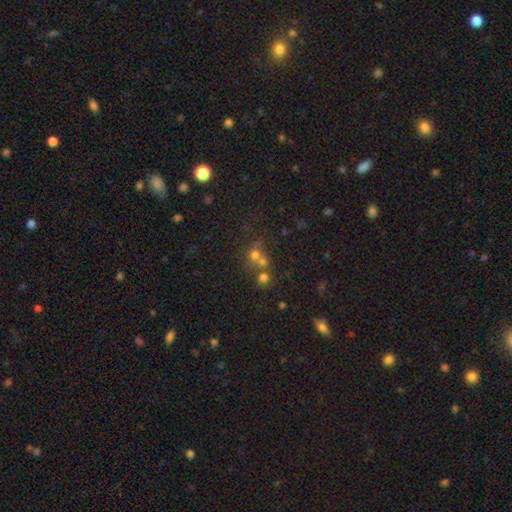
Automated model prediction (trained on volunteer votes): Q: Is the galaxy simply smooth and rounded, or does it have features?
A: smooth — 51%.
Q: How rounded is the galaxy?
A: round — 82%.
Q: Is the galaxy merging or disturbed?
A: none — 46%.